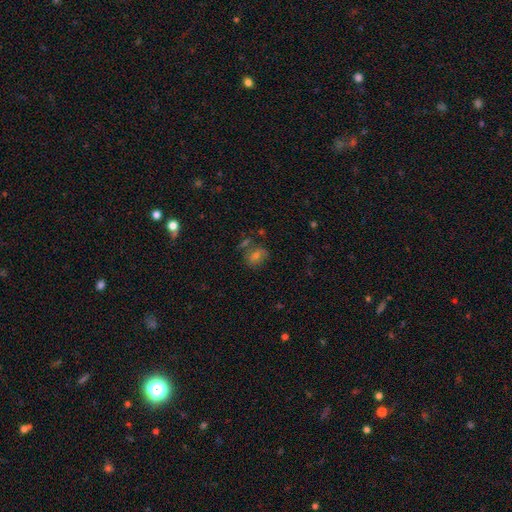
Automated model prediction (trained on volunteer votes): A smooth galaxy with no disk features (51%) that is round (52%).

Vote fractions:
- Smooth or featured? smooth: 51% / star or artifact: 26% / featured or disk: 22%
- How rounded? round: 52% / in between: 47% / cigar-shaped: 2%
- Merging? none: 66% / minor disturbance: 17% / merger: 9% / major disturbance: 8%